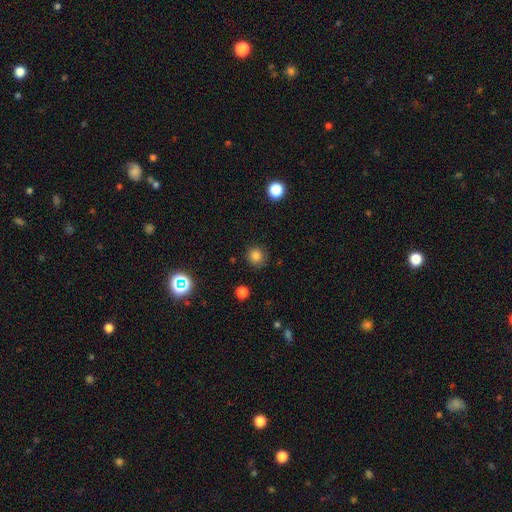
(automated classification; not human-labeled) smooth-or-featured: smooth: 82% | star or artifact: 13% | featured or disk: 4%
  how-rounded: round: 90% | in between: 9% | cigar-shaped: 1%
  merging: none: 87% | minor disturbance: 9% | major disturbance: 3% | merger: 2%